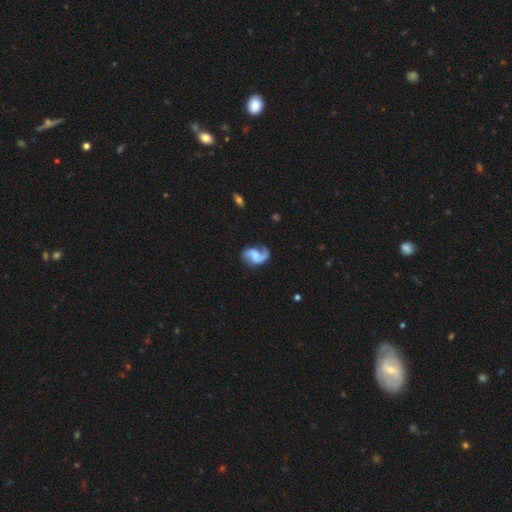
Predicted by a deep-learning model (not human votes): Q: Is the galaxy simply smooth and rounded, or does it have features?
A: featured or disk — 84%.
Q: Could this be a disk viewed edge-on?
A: no — 98%.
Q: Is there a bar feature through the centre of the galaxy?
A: no — 46%.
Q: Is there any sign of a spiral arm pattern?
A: yes — 96%.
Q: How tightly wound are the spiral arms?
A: loose — 47%.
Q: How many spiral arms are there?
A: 2 — 87%.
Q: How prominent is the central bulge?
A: none — 38%.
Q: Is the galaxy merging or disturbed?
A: none — 69%.